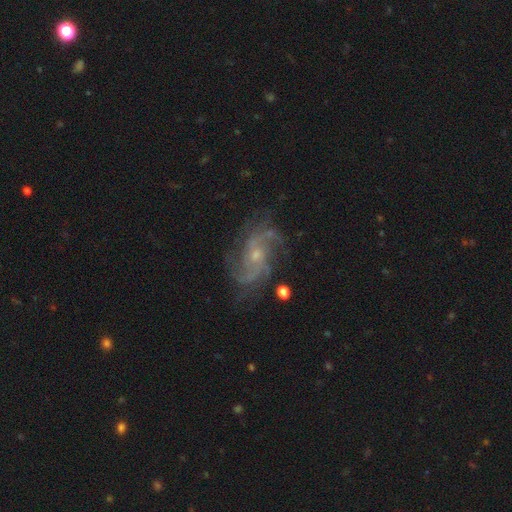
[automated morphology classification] type=featured or disk (87%); edge-on=no (97%); bar=no (66%); spiral arms=yes (96%); winding=medium (49%); arm count=2 (44%); bulge=small (68%); merging=none (72%).